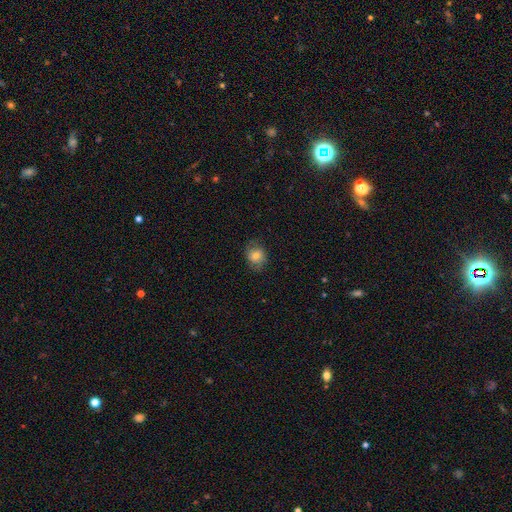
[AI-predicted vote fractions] Smooth or featured: smooth — 73% (featured or disk — 17%)
How rounded: round — 65% (in between — 34%)
Merging: none — 76% (minor disturbance — 18%)